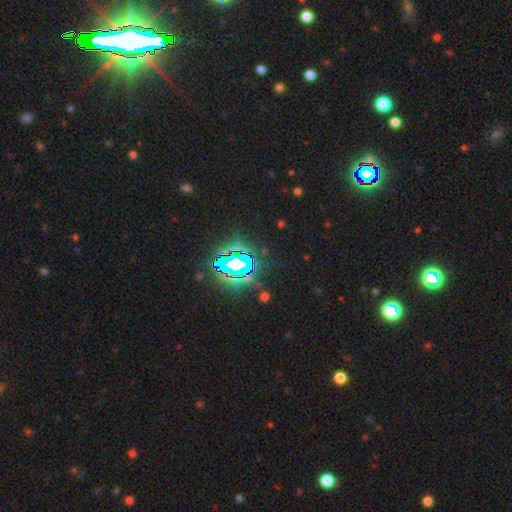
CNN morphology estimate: Smooth or featured: star or artifact — 83% (smooth — 10%)